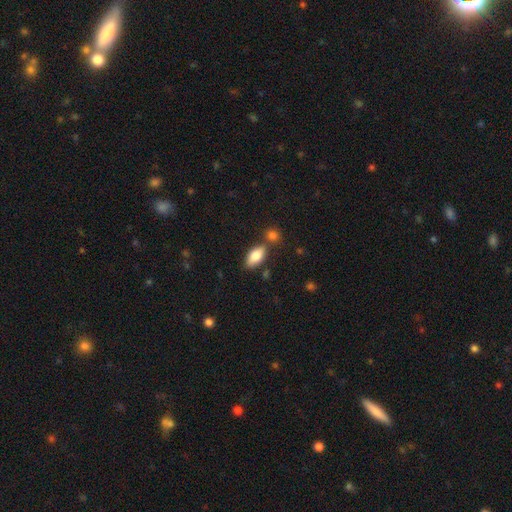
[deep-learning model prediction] Smooth or featured?
  - smooth: 82% *
  - featured or disk: 11%
  - star or artifact: 7%
How rounded?
  - in between: 90% *
  - cigar-shaped: 7%
  - round: 3%
Merging?
  - none: 68% *
  - merger: 16%
  - minor disturbance: 13%
  - major disturbance: 3%